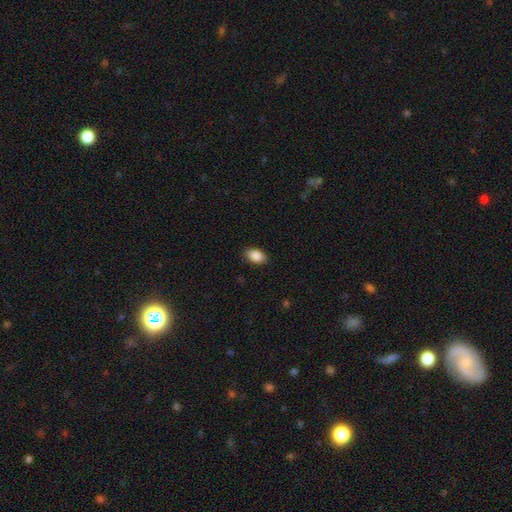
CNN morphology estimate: type=smooth (88%); roundness=in between (90%); merging=none (88%).